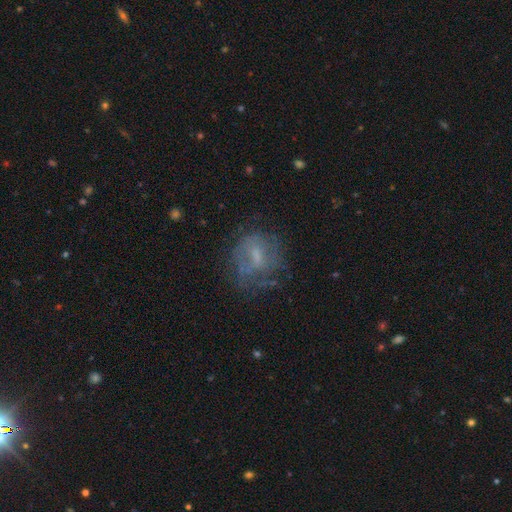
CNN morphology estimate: type=featured or disk (50%); merging=none (54%).